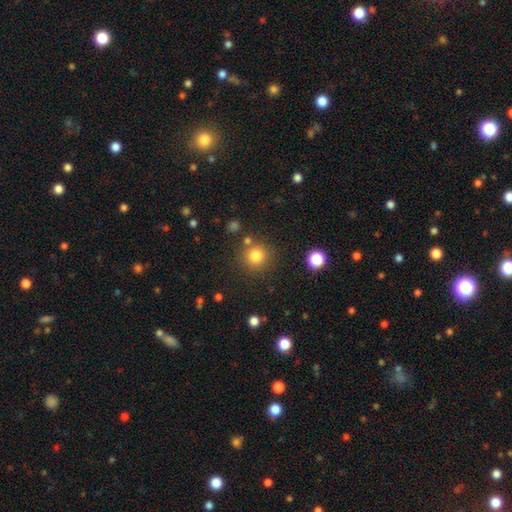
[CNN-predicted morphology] A smooth galaxy with no disk features (81%) that is round (93%).

Vote fractions:
- Smooth or featured? smooth: 81% / star or artifact: 13% / featured or disk: 6%
- How rounded? round: 93% / in between: 6% / cigar-shaped: 1%
- Merging? none: 82% / minor disturbance: 8% / merger: 6% / major disturbance: 4%